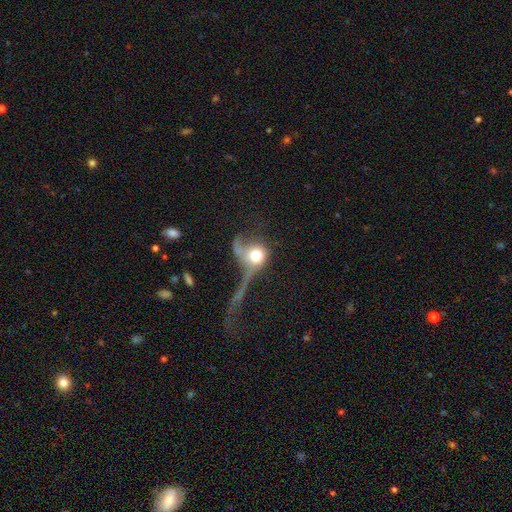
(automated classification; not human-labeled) This appears to be a smooth galaxy with no disk features (50%) that is round (75%). Merging: major disturbance (54%).